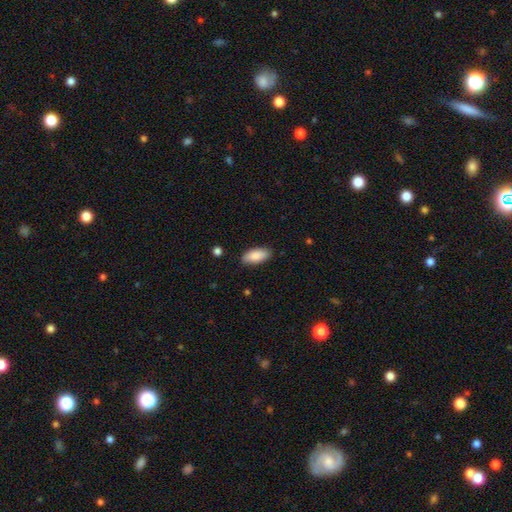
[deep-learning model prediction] A smooth galaxy with no disk features (88%) that is in between round and cigar-shaped (89%).

Vote fractions:
- Smooth or featured? smooth: 88% / featured or disk: 6% / star or artifact: 6%
- How rounded? in between: 89% / cigar-shaped: 9% / round: 2%
- Merging? none: 85% / minor disturbance: 11% / major disturbance: 2% / merger: 1%